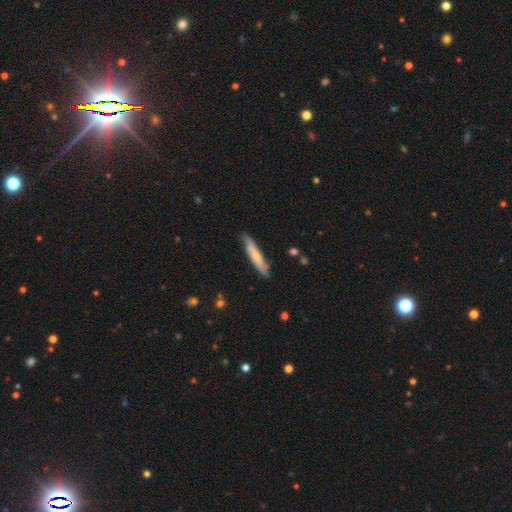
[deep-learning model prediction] A smooth galaxy with no disk features (62%) that is cigar-shaped (90%).

Vote fractions:
- Smooth or featured? smooth: 62% / featured or disk: 32% / star or artifact: 6%
- How rounded? cigar-shaped: 90% / in between: 8% / round: 1%
- Merging? none: 82% / minor disturbance: 14% / major disturbance: 2% / merger: 2%